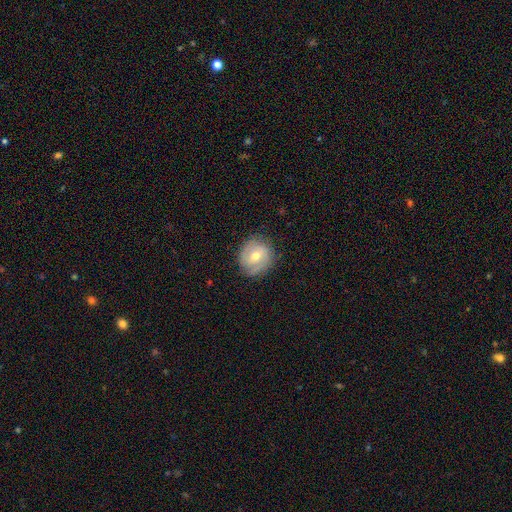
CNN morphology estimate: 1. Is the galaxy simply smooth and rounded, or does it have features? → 55% featured or disk, 38% smooth, 7% star or artifact.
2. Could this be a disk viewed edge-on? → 96% no, 4% yes.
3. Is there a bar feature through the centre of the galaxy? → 46% weak, 40% no, 14% strong.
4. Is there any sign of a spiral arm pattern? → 76% yes, 24% no.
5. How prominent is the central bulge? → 67% moderate, 28% small, 3% large, 1% none, 1% dominant.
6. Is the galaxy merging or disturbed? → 78% none, 16% minor disturbance, 5% major disturbance, 1% merger.